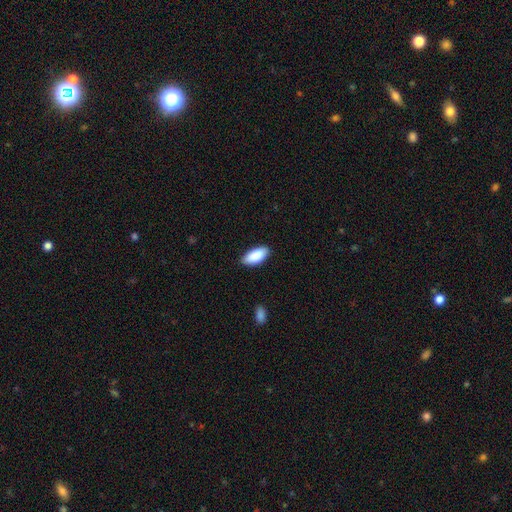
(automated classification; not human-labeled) smooth 90%, star or artifact 6%, featured or disk 4%. Down the decision tree: how rounded — in between (90%); merging — none (85%).